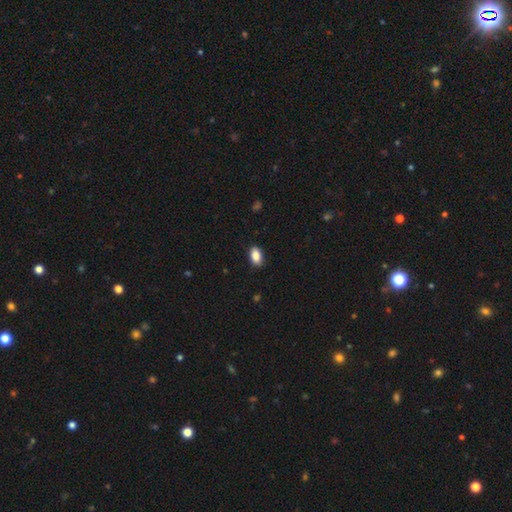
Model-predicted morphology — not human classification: The model was most divided on "merging": none: 88%, minor disturbance: 9%, major disturbance: 2%, merger: 1%. More confident: how rounded — in between (92%); smooth or featured — smooth (89%).